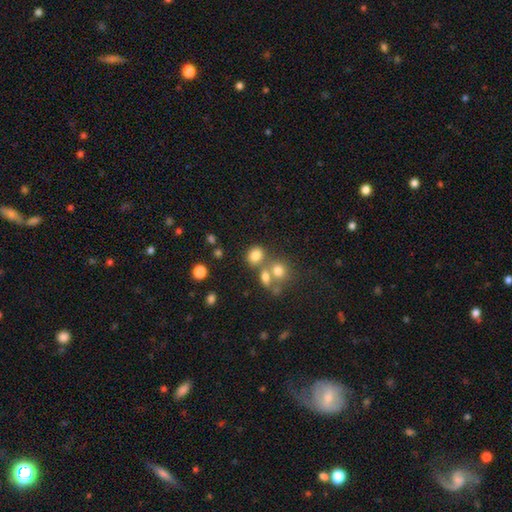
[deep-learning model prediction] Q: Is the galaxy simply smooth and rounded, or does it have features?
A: smooth — 76%.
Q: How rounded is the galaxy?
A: round — 57%.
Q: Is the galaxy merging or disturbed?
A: none — 56%.